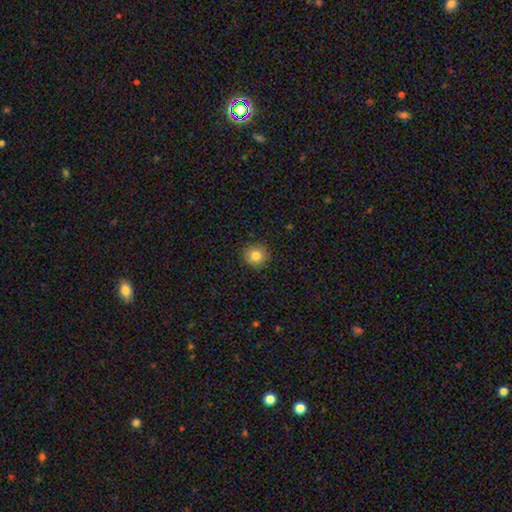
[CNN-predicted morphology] smooth 81%, star or artifact 11%, featured or disk 8%. Down the decision tree: how rounded — round (91%); merging — none (90%).